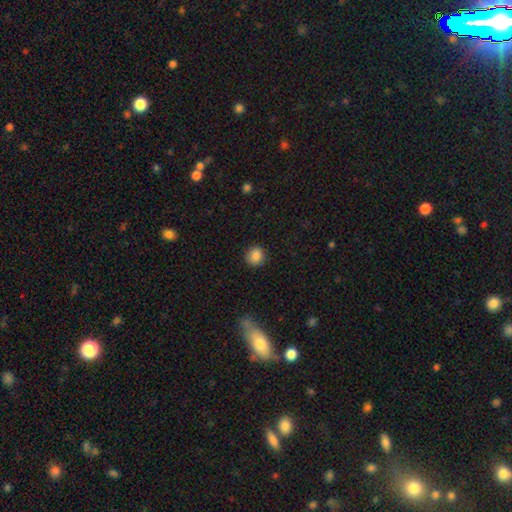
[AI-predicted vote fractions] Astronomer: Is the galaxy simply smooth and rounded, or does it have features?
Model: smooth — 86%.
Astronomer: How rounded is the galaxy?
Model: round — 87%.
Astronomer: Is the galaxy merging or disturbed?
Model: none — 89%.